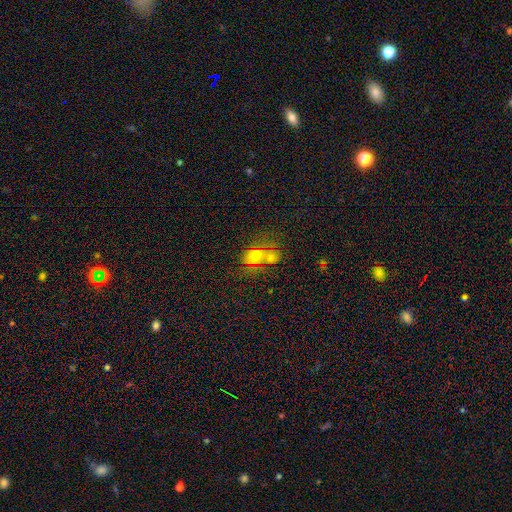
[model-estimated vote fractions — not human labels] This is likely a smooth galaxy (64%). How rounded: possibly round (49%, tied with in between). Merging: possibly merger (59%).